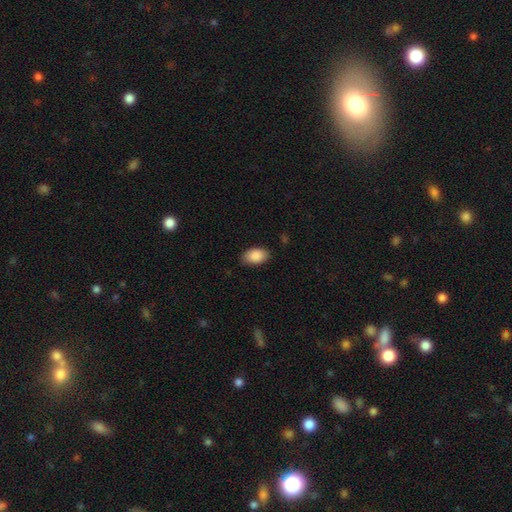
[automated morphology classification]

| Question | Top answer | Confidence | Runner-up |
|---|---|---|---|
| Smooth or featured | smooth | 89% | star or artifact (7%) |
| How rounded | in between | 92% | round (7%) |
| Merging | none | 83% | minor disturbance (13%) |